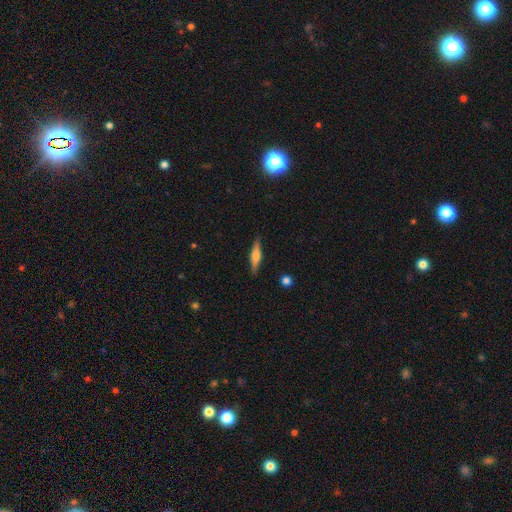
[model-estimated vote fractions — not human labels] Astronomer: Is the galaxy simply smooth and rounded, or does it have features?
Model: featured or disk — 56% (runner-up: smooth, 38%).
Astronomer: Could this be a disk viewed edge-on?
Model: yes — 96%.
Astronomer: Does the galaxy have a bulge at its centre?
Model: rounded — 84%.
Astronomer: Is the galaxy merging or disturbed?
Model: none — 89%.